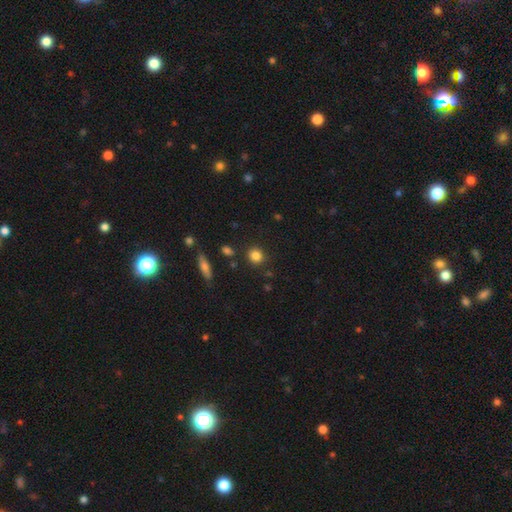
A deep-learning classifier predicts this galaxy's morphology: smooth-or-featured: smooth: 84% | star or artifact: 11% | featured or disk: 6%
  how-rounded: round: 85% | in between: 13% | cigar-shaped: 1%
  merging: none: 87% | minor disturbance: 8% | merger: 3% | major disturbance: 3%